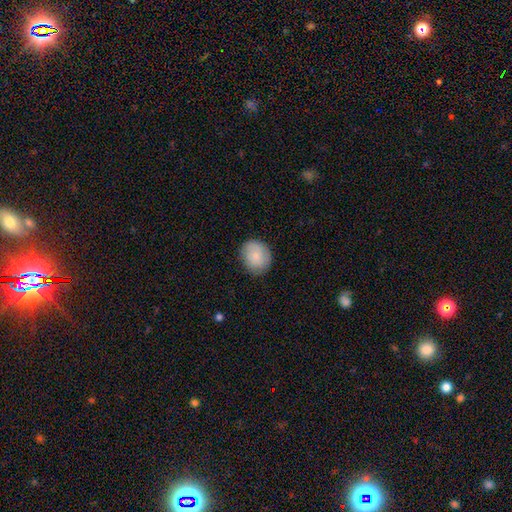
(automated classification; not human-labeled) Smooth or featured: smooth — 81% (featured or disk — 13%)
How rounded: round — 69% (in between — 30%)
Merging: none — 82% (minor disturbance — 14%)